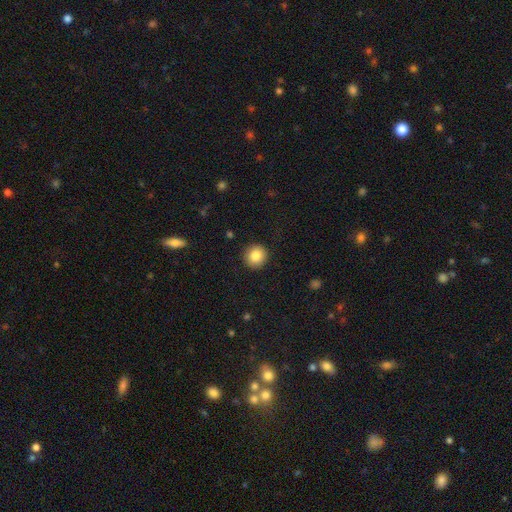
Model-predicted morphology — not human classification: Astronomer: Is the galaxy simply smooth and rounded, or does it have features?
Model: smooth — 85%.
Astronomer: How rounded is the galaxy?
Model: round — 93%.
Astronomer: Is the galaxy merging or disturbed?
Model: none — 91%.